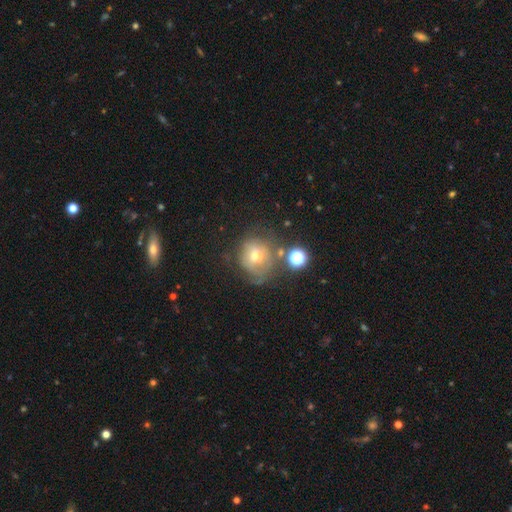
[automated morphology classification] Q: Smooth or featured?
A: smooth (47%); runner-up: featured or disk (37%)
Q: Merging?
A: none (48%); runner-up: minor disturbance (24%)